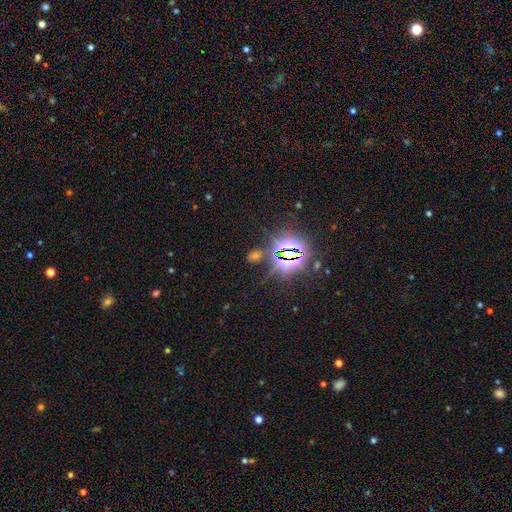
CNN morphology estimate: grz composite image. It shows a star or artifact, not a galaxy (68%).